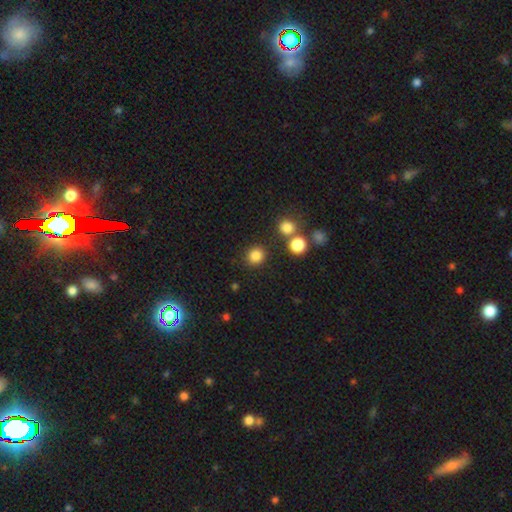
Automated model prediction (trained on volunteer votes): A smooth galaxy with no disk features (83%) that is round (90%).

Vote fractions:
- Smooth or featured? smooth: 83% / star or artifact: 13% / featured or disk: 4%
- How rounded? round: 90% / in between: 9% / cigar-shaped: 1%
- Merging? none: 86% / minor disturbance: 7% / merger: 5% / major disturbance: 3%